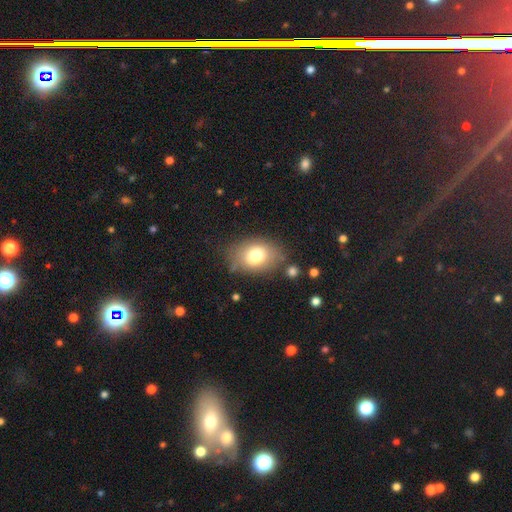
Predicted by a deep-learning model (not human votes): Smooth or featured: smooth — 75% (featured or disk — 15%)
How rounded: in between — 71% (round — 28%)
Merging: none — 74% (minor disturbance — 16%)